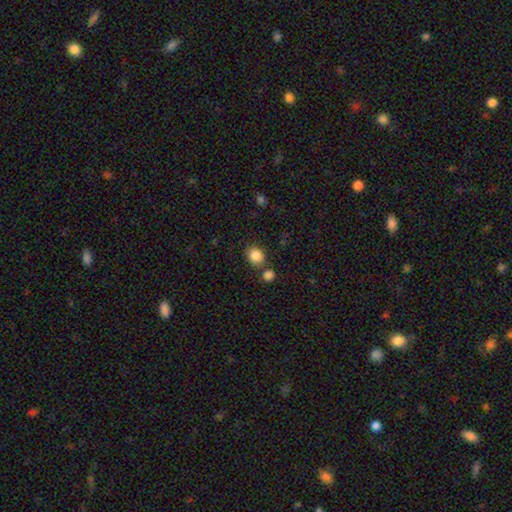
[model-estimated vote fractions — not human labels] This appears to be a smooth galaxy with no disk features (86%) that is round (75%). Merging: none (72%).